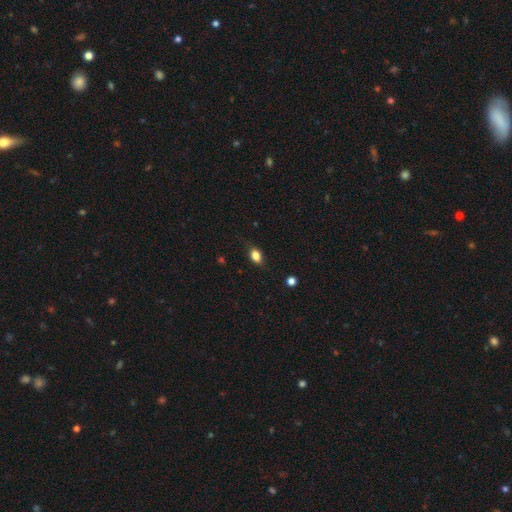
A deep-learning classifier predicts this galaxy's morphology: Overall: smooth (82%). How rounded: in between (78%). Merging: none (76%).